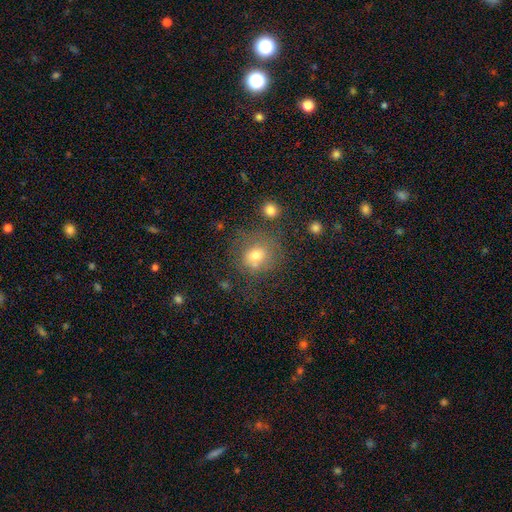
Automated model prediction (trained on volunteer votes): A smooth galaxy with no disk features (71%) that is round (77%). Merging: none (59%).